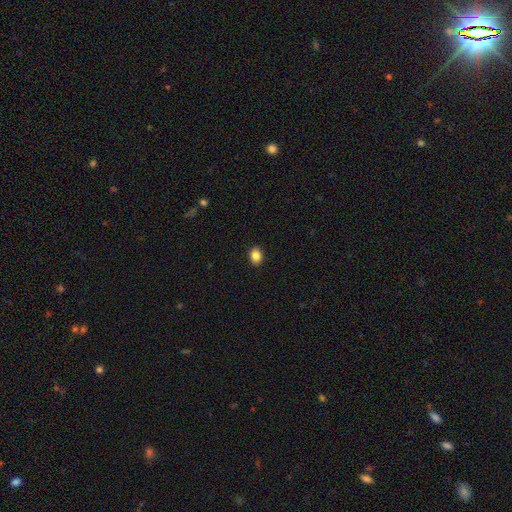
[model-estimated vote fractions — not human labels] The model was most divided on "how rounded": in between: 58%, round: 41%, cigar-shaped: 1%. More confident: merging — none (91%); smooth or featured — smooth (86%).